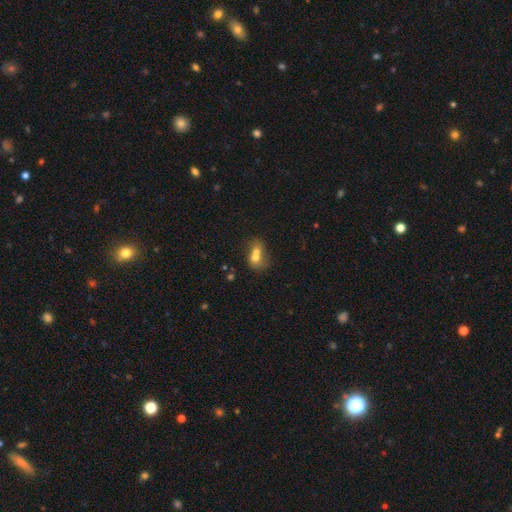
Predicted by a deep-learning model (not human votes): Smooth or featured? Predicted: smooth (p=0.66). How rounded? Predicted: in between (p=0.51). Merging? Predicted: merger (p=0.70).